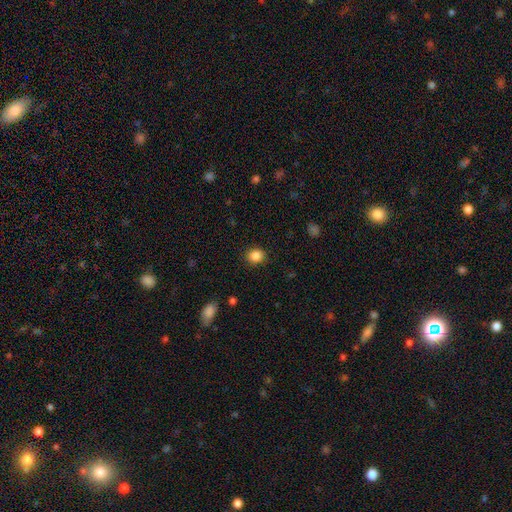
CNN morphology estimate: Smooth or featured: smooth — 86% (star or artifact — 10%)
How rounded: round — 73% (in between — 26%)
Merging: none — 89% (minor disturbance — 8%)